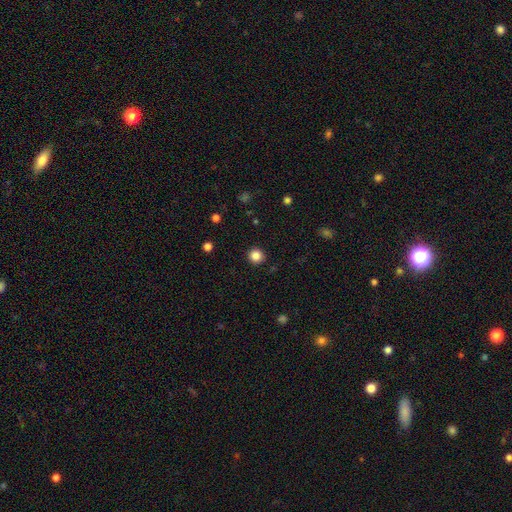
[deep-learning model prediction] This is clearly a smooth galaxy (85%). How rounded: clearly round (95%). Merging: clearly none (92%).